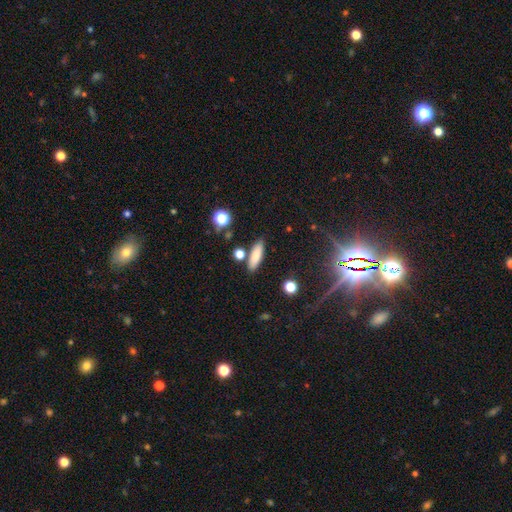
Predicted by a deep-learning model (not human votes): smooth-or-featured: smooth: 83% | featured or disk: 9% | star or artifact: 8%
  how-rounded: cigar-shaped: 53% | in between: 44% | round: 3%
  merging: none: 81% | minor disturbance: 10% | merger: 6% | major disturbance: 3%